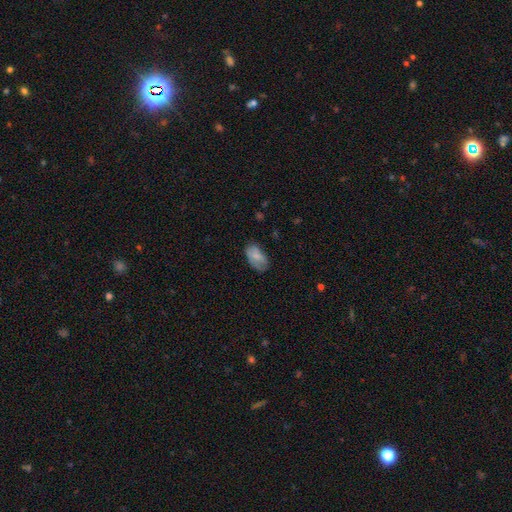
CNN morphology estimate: A smooth galaxy with no disk features (74%) that is in between round and cigar-shaped (93%). Merging: none (65%).